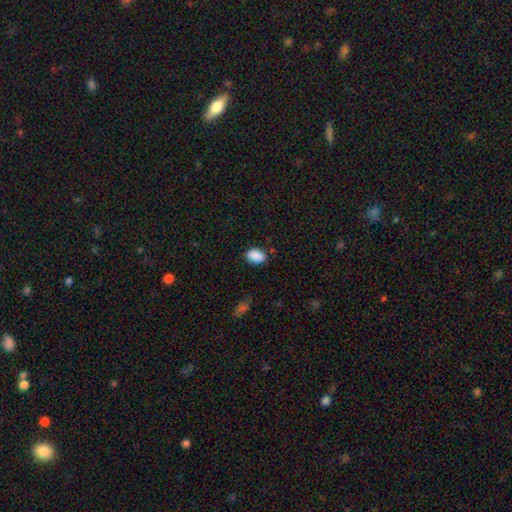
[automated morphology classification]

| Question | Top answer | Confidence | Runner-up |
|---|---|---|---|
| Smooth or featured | smooth | 89% | star or artifact (8%) |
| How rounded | in between | 87% | round (12%) |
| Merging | none | 81% | minor disturbance (14%) |